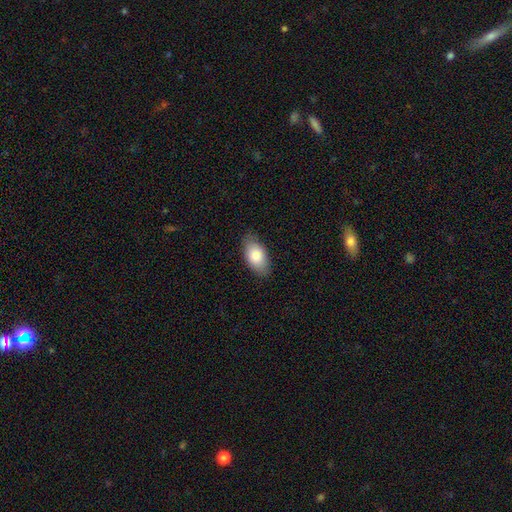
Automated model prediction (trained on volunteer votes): A smooth galaxy with no disk features (83%) that is in between round and cigar-shaped (93%).

Vote fractions:
- Smooth or featured? smooth: 83% / featured or disk: 11% / star or artifact: 6%
- How rounded? in between: 93% / round: 4% / cigar-shaped: 3%
- Merging? none: 82% / minor disturbance: 14% / major disturbance: 3% / merger: 1%